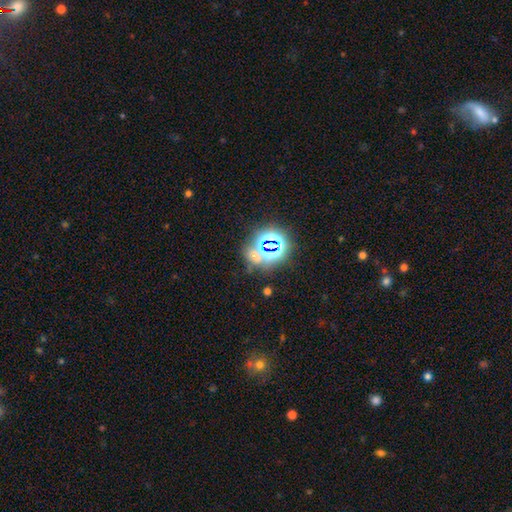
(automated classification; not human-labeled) This appears to be a star or artifact, not a galaxy (68%).